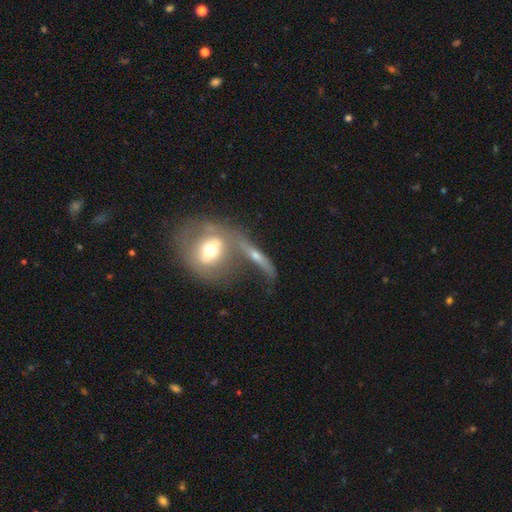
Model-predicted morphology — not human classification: Smooth or featured: featured or disk — 51% (smooth — 38%)
Edge-on disk: no — 66% (yes — 34%)
Merging: merger — 44% (none — 33%)